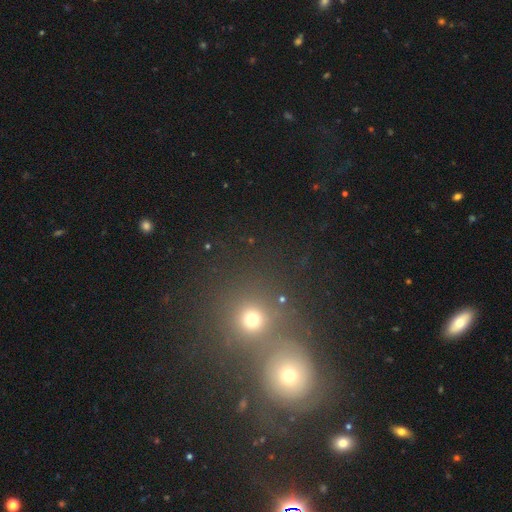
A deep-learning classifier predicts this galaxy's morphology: The model was most divided on "smooth or featured": star or artifact: 47%, smooth: 43%, featured or disk: 11%.